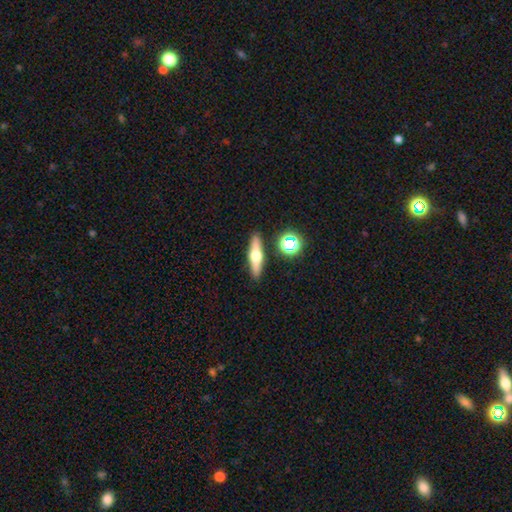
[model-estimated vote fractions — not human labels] A featured or disk galaxy (51%) viewed edge-on (91%).

Vote fractions:
- Smooth or featured? featured or disk: 51% / smooth: 40% / star or artifact: 9%
- Edge-on disk? yes: 91% / no: 9%
- Merging? none: 87% / minor disturbance: 7% / merger: 4% / major disturbance: 2%